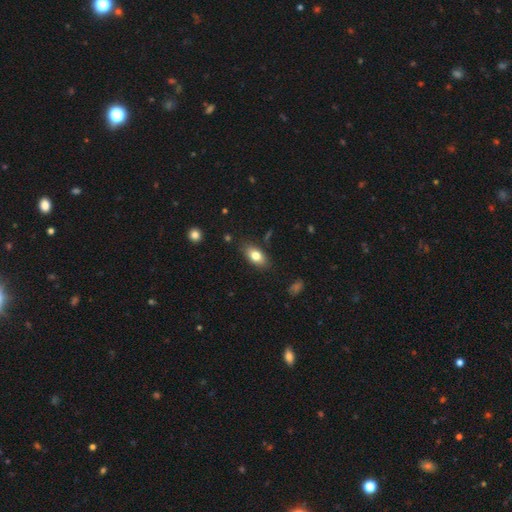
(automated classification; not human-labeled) Overall: smooth (79%). How rounded: in between (89%). Merging: none (83%).